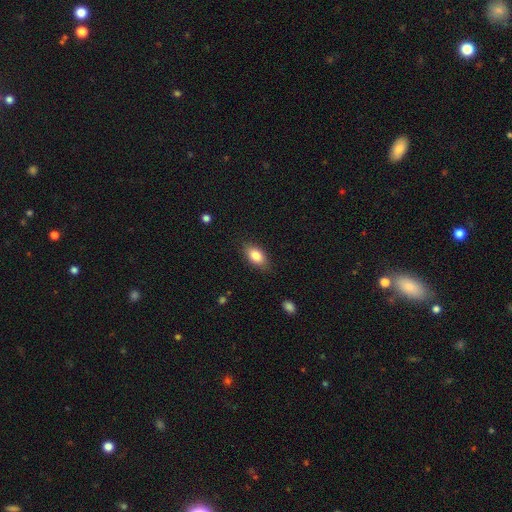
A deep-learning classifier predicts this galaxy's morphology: Q: Smooth or featured?
A: smooth (83%); runner-up: featured or disk (9%)
Q: How rounded?
A: in between (89%); runner-up: round (6%)
Q: Merging?
A: none (83%); runner-up: minor disturbance (13%)